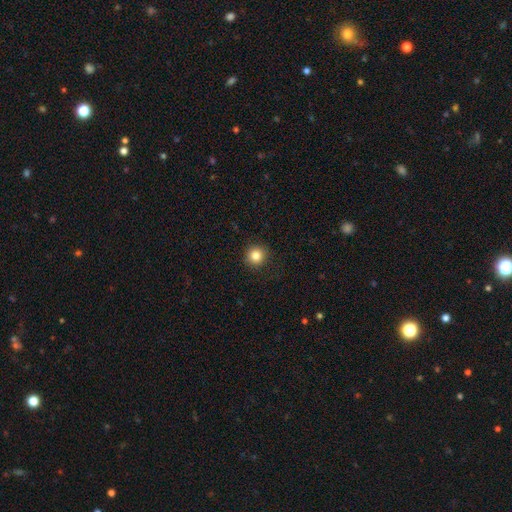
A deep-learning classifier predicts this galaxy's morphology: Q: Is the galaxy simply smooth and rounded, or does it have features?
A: smooth — 84%.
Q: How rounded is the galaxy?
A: round — 94%.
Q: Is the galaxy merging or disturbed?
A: none — 91%.